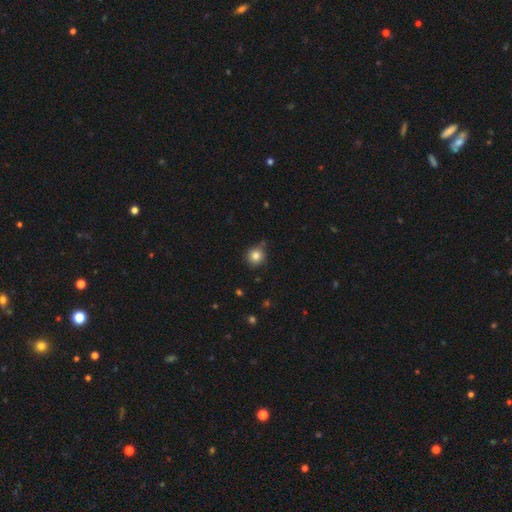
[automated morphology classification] This appears to be a smooth galaxy with no disk features (83%) that is round (92%). Merging: none (81%).